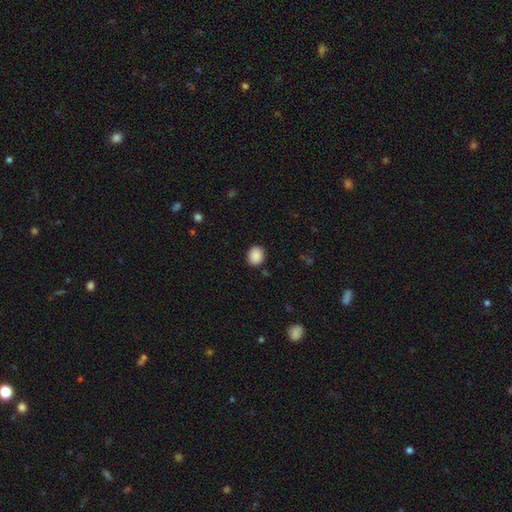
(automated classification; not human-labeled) Smooth or featured? Predicted: smooth (p=0.89). How rounded? Predicted: round (p=0.63). Merging? Predicted: none (p=0.87).